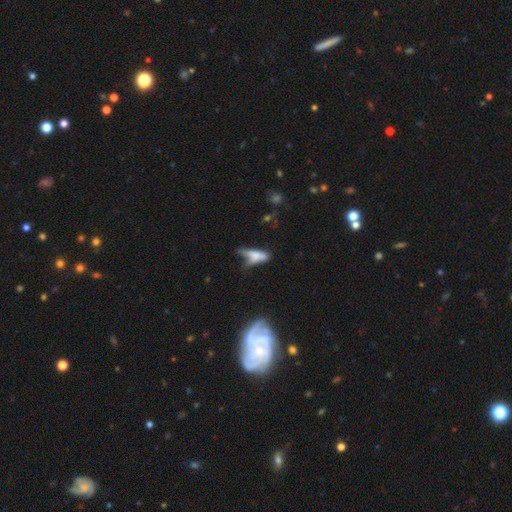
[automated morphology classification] Smooth or featured?
  - smooth: 59% *
  - featured or disk: 29%
  - star or artifact: 12%
How rounded?
  - cigar-shaped: 52% *
  - in between: 45%
  - round: 3%
Merging?
  - none: 30% *
  - major disturbance: 28%
  - minor disturbance: 24%
  - merger: 18%